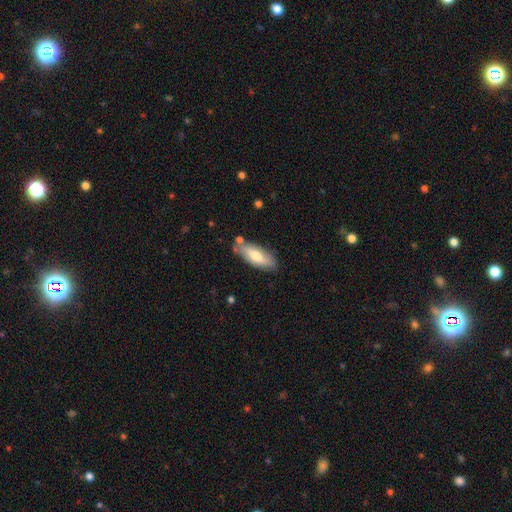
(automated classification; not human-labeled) A smooth galaxy with no disk features (64%) that is in between round and cigar-shaped (72%). Merging: none (76%).